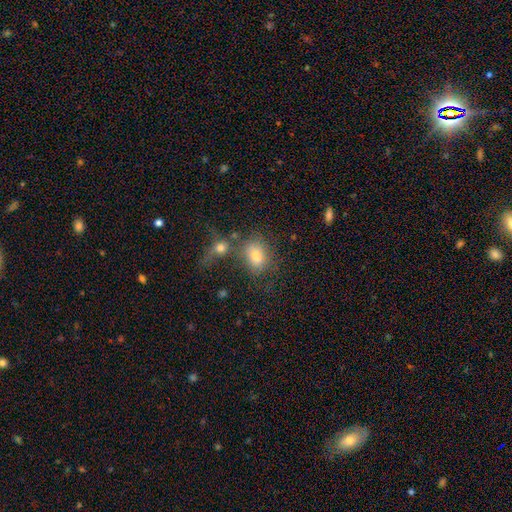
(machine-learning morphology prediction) Smooth or featured? smooth (74%)
How rounded? in between (68%)
Merging? none (48%)